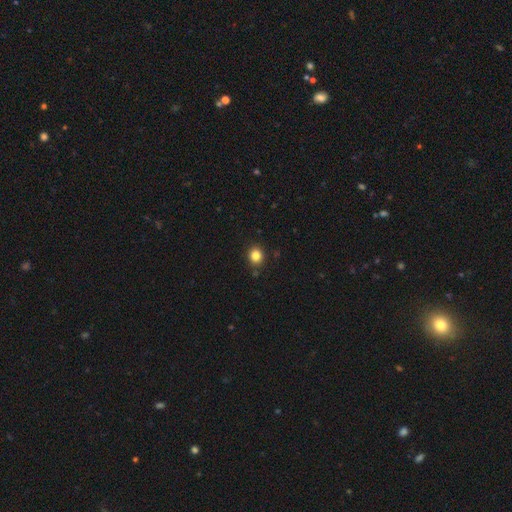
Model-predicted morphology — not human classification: Q: Smooth or featured?
A: smooth (83%); runner-up: star or artifact (12%)
Q: How rounded?
A: round (81%); runner-up: in between (18%)
Q: Merging?
A: none (89%); runner-up: minor disturbance (7%)